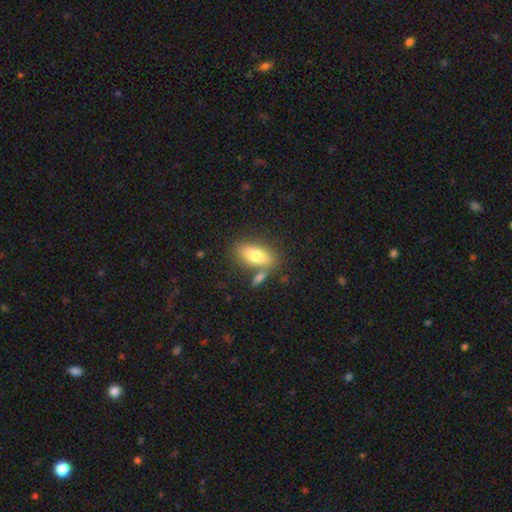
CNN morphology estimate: smooth-or-featured: smooth: 78% | featured or disk: 16% | star or artifact: 7%
  how-rounded: in between: 86% | cigar-shaped: 10% | round: 4%
  merging: none: 65% | merger: 18% | minor disturbance: 13% | major disturbance: 4%